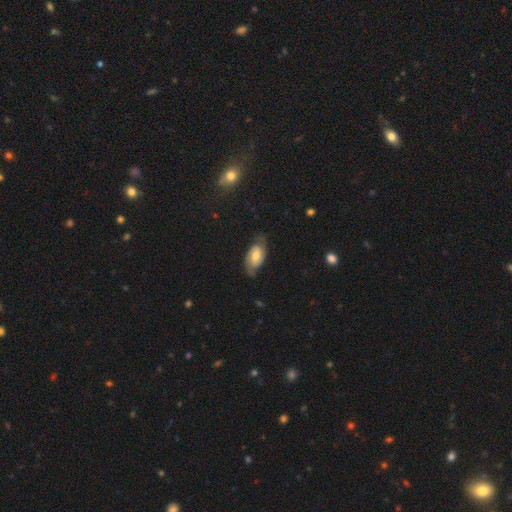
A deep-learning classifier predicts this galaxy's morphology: Smooth or featured?
  - featured or disk: 69% *
  - smooth: 24%
  - star or artifact: 7%
Edge-on disk?
  - no: 95% *
  - yes: 5%
Bar?
  - no: 53% *
  - weak: 37%
  - strong: 10%
Spiral arms?
  - yes: 91% *
  - no: 9%
Spiral winding?
  - tight: 44% *
  - medium: 40%
  - loose: 16%
Spiral arm count?
  - 2: 84% *
  - can't tell: 10%
  - 1: 2%
  - 3: 2%
  - 4: 1%
  - more than 4: 1%
Bulge size?
  - moderate: 64% *
  - small: 26%
  - large: 7%
  - none: 2%
  - dominant: 1%
Merging?
  - none: 74% *
  - minor disturbance: 18%
  - major disturbance: 6%
  - merger: 1%